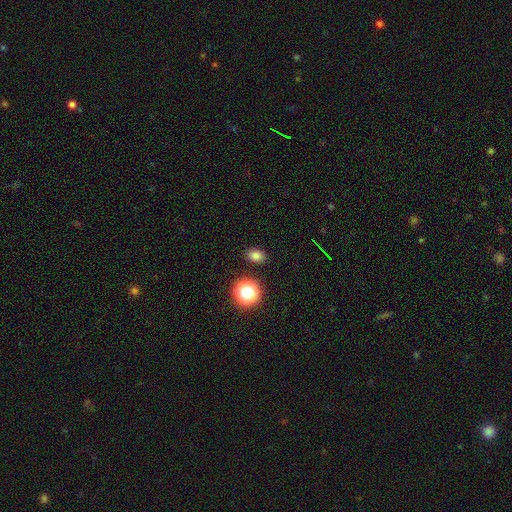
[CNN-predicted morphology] Smooth or featured?
  - smooth: 78% *
  - star or artifact: 17%
  - featured or disk: 6%
How rounded?
  - in between: 70% *
  - round: 29%
  - cigar-shaped: 1%
Merging?
  - none: 88% *
  - minor disturbance: 8%
  - major disturbance: 2%
  - merger: 2%